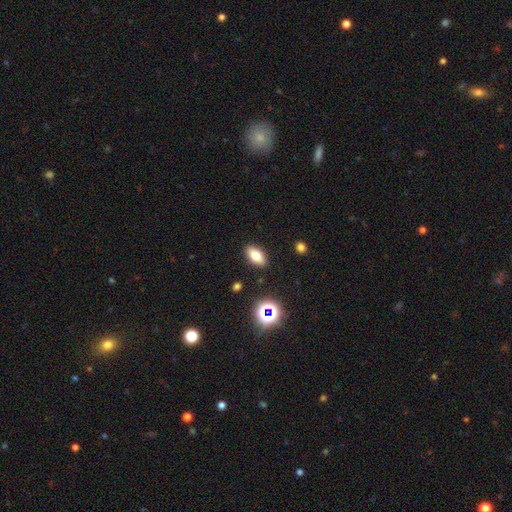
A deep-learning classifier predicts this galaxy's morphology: Smooth or featured?
  - smooth: 71% *
  - featured or disk: 17%
  - star or artifact: 12%
How rounded?
  - in between: 84% *
  - cigar-shaped: 10%
  - round: 5%
Merging?
  - none: 88% *
  - minor disturbance: 8%
  - major disturbance: 2%
  - merger: 2%